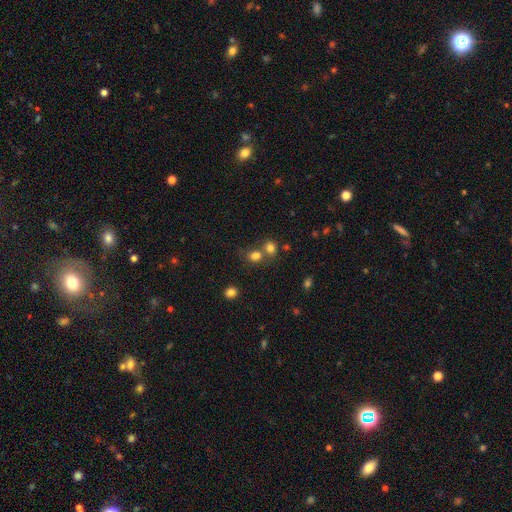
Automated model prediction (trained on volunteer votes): Q: Smooth or featured?
A: smooth (78%); runner-up: star or artifact (15%)
Q: How rounded?
A: round (69%); runner-up: in between (30%)
Q: Merging?
A: none (47%); runner-up: merger (40%)